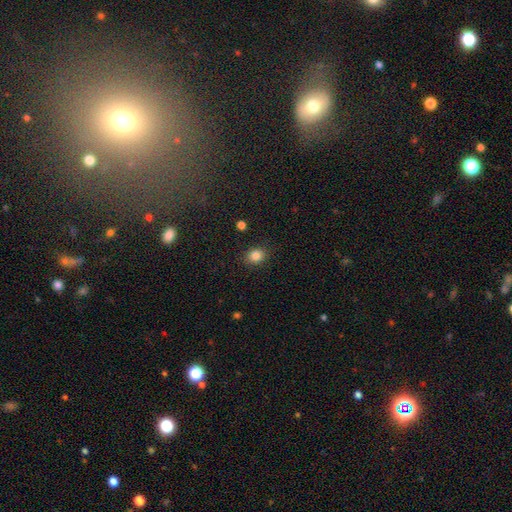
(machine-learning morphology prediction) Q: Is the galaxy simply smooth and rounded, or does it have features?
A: smooth — 84%.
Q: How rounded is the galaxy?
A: round — 59%.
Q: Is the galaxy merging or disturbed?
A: none — 87%.